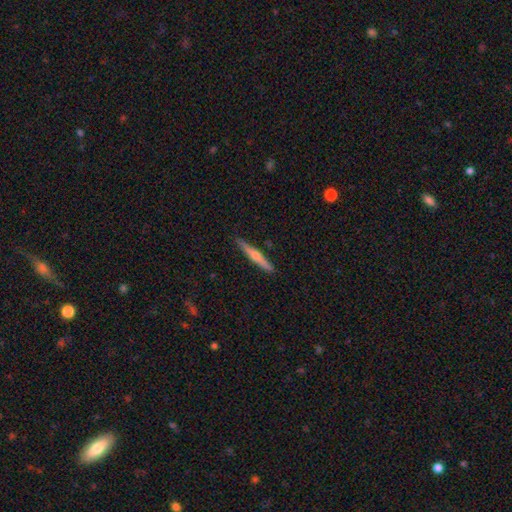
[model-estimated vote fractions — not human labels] The model was most divided on "smooth or featured": featured or disk: 66%, smooth: 28%, star or artifact: 6%. More confident: edge-on disk — yes (98%); merging — none (91%); edge-on bulge — rounded (85%).